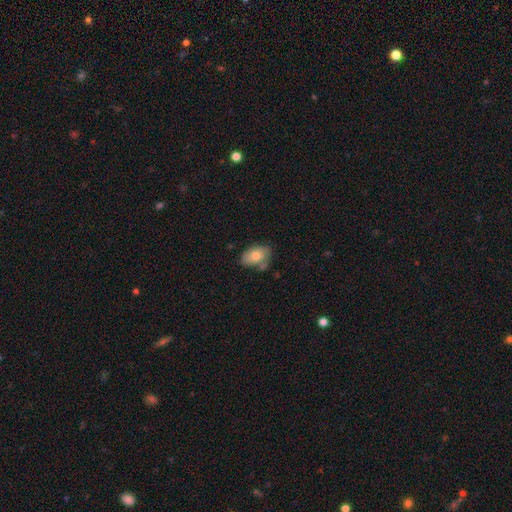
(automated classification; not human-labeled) A smooth galaxy with no disk features (75%) that is in between round and cigar-shaped (87%). Merging: none (59%).